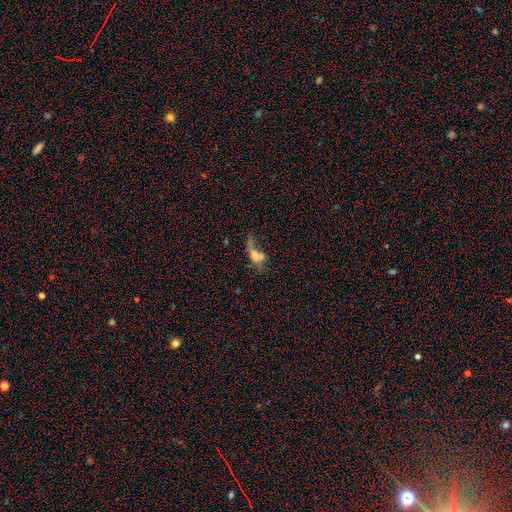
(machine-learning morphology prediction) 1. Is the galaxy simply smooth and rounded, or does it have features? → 48% smooth, 33% featured or disk, 19% star or artifact.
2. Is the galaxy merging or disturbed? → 36% merger, 26% none, 24% major disturbance, 14% minor disturbance.